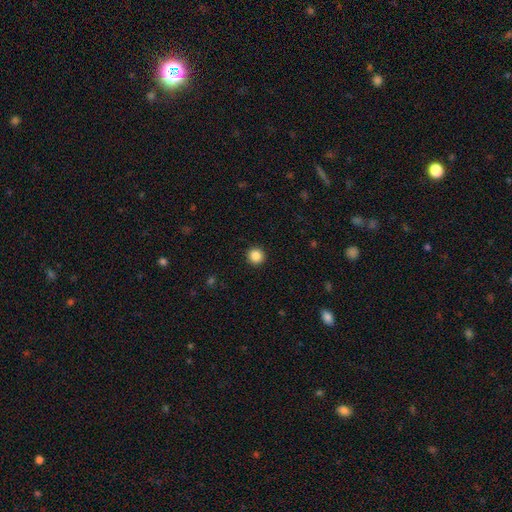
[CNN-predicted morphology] smooth 86%, star or artifact 10%, featured or disk 4%. Down the decision tree: how rounded — round (96%); merging — none (93%).